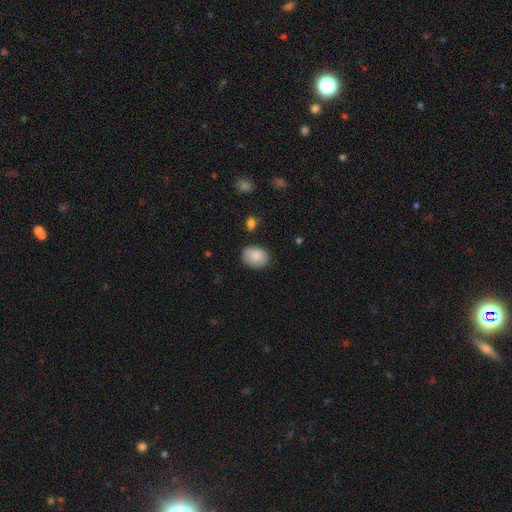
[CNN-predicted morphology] A smooth galaxy with no disk features (87%) that is in between round and cigar-shaped (59%).

Vote fractions:
- Smooth or featured? smooth: 87% / star or artifact: 7% / featured or disk: 6%
- How rounded? in between: 59% / round: 40% / cigar-shaped: 1%
- Merging? none: 80% / minor disturbance: 15% / major disturbance: 3% / merger: 2%